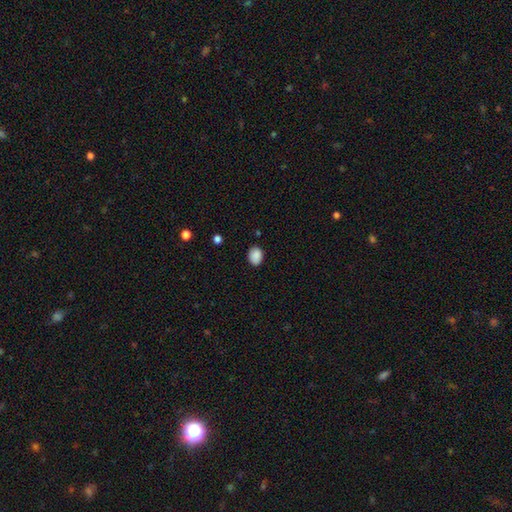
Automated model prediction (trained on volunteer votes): This appears to be a smooth galaxy with no disk features (88%) that is in between round and cigar-shaped (65%). Merging: none (83%).